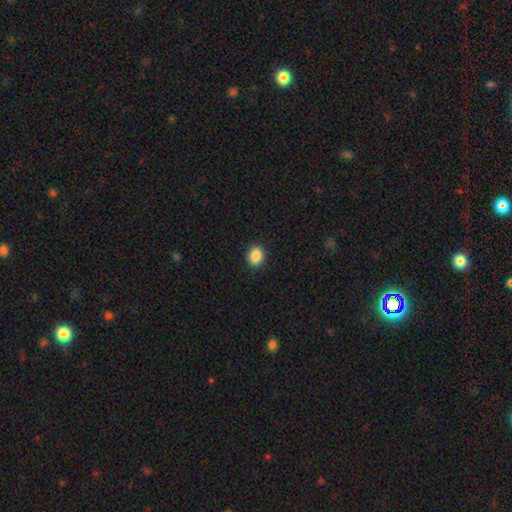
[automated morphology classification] smooth_or_featured: smooth (p=0.88) [alt: star or artifact p=0.09]
how_rounded: round (p=0.51) [alt: in between p=0.48]
merging: none (p=0.91) [alt: minor disturbance p=0.06]